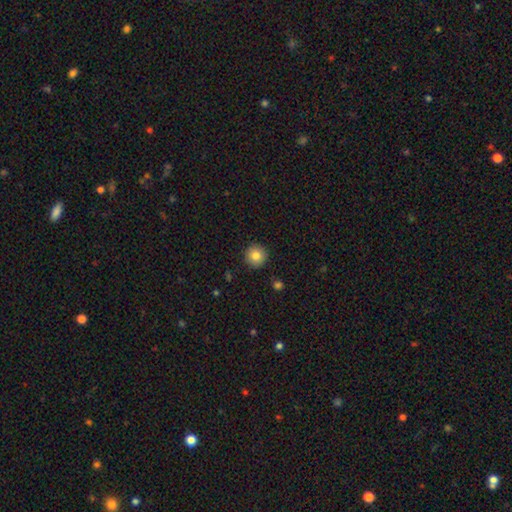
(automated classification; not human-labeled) Smooth or featured: smooth — 83% (star or artifact — 10%)
How rounded: round — 95% (in between — 4%)
Merging: none — 92% (minor disturbance — 5%)